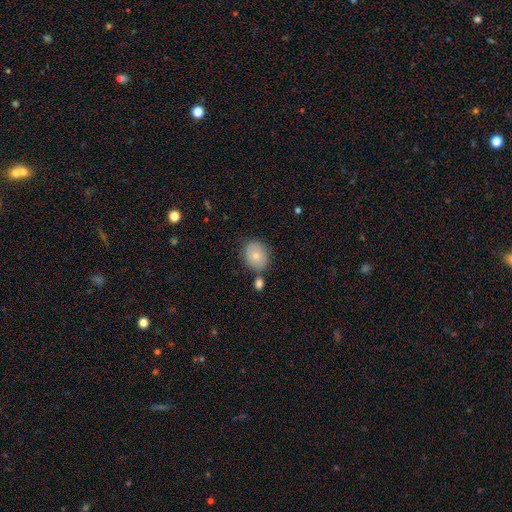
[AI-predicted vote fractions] Smooth or featured? Predicted: smooth (p=0.72). How rounded? Predicted: round (p=0.52). Merging? Predicted: none (p=0.69).